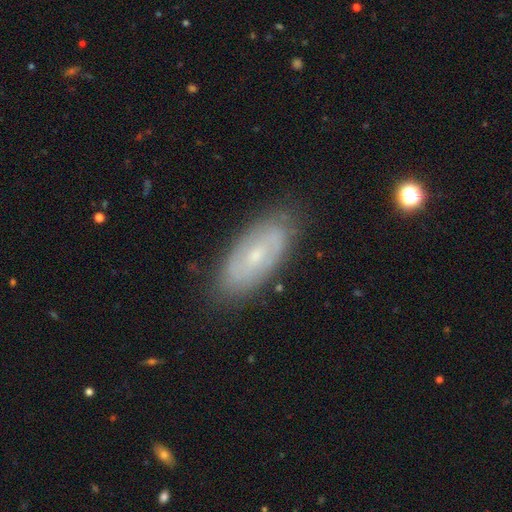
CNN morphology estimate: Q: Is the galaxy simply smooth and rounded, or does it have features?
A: featured or disk — 62%.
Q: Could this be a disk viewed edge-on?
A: no — 90%.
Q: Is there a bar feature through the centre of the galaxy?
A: weak — 46%.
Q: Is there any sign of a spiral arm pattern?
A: yes — 70%.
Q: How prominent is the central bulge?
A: small — 65%.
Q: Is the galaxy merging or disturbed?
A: none — 80%.